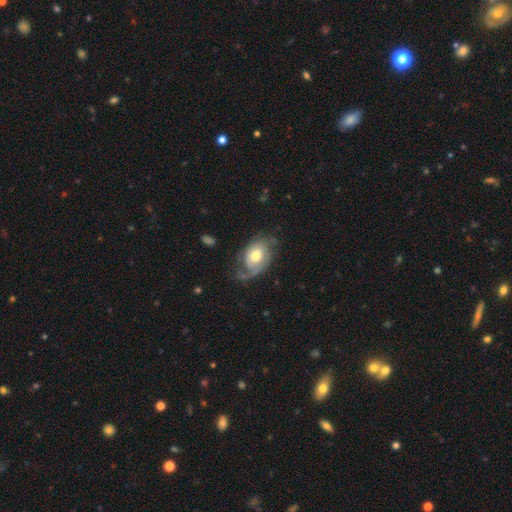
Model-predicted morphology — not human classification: The model was most divided on "merging": none: 49%, minor disturbance: 26%, major disturbance: 23%, merger: 2%. More confident: edge-on disk — no (95%); spiral arms — yes (82%); bar — no (73%); bulge size — moderate (67%); smooth or featured — featured or disk (64%).